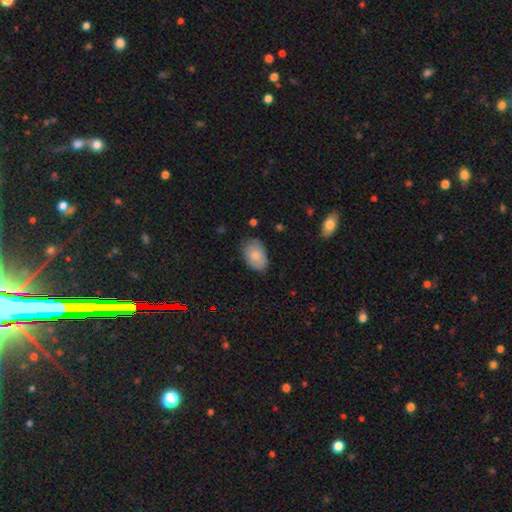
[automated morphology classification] Smooth or featured? smooth (82%)
How rounded? in between (89%)
Merging? none (77%)